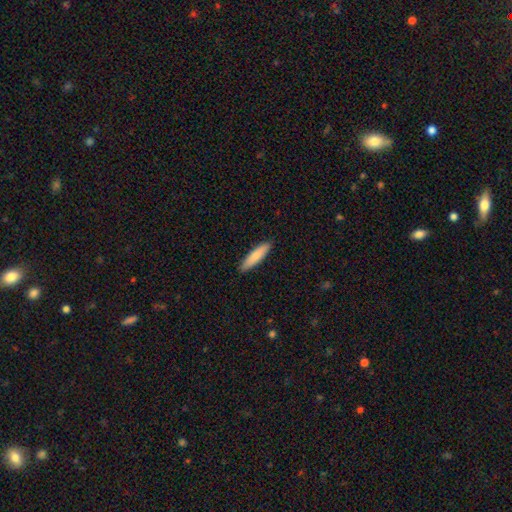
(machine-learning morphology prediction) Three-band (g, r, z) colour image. It shows a smooth galaxy with no disk features (81%) that is cigar-shaped (80%). Merging: none (91%).